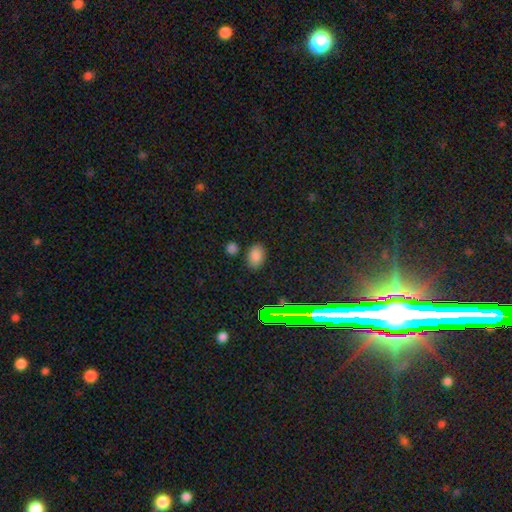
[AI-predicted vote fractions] The model was most divided on "smooth or featured": smooth: 79%, star or artifact: 16%, featured or disk: 5%. More confident: how rounded — in between (83%); merging — none (81%).